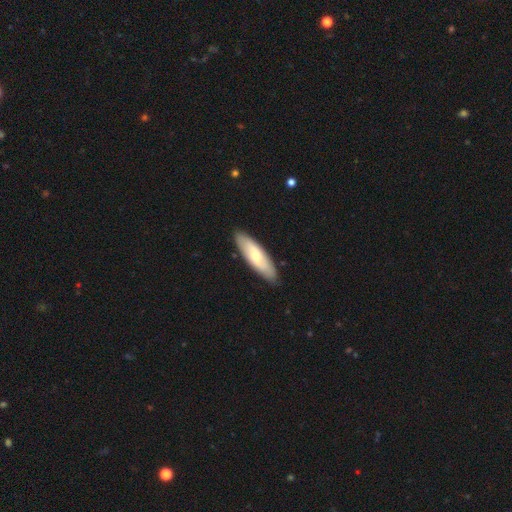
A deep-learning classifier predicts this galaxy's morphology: smooth_or_featured: smooth (p=0.55) [alt: featured or disk p=0.40]
how_rounded: in between (p=0.51) [alt: cigar-shaped p=0.47]
merging: none (p=0.87) [alt: minor disturbance p=0.10]